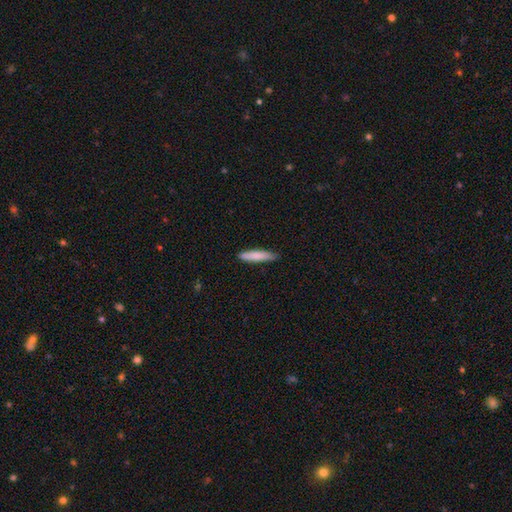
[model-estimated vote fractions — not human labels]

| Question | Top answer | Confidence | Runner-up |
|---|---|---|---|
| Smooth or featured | smooth | 82% | featured or disk (13%) |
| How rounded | cigar-shaped | 86% | in between (12%) |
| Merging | none | 84% | minor disturbance (13%) |